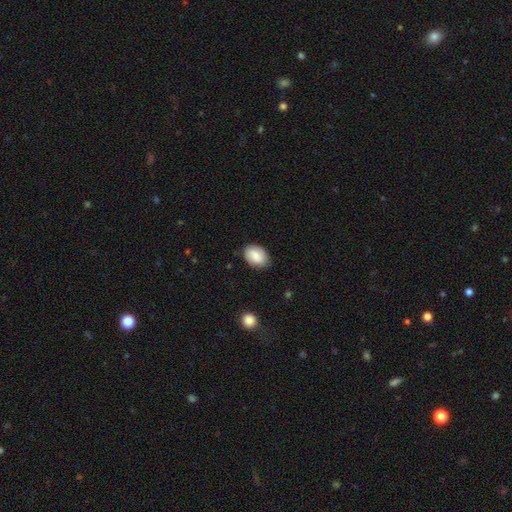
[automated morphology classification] Smooth or featured? Predicted: smooth (p=0.82). How rounded? Predicted: in between (p=0.83). Merging? Predicted: none (p=0.82).